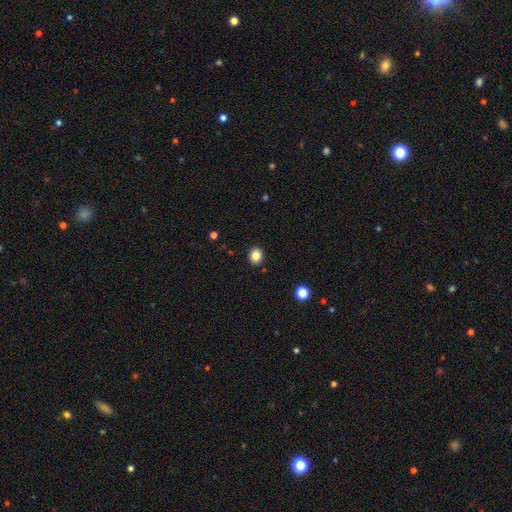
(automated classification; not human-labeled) Smooth or featured? Predicted: smooth (p=0.84). How rounded? Predicted: round (p=0.74). Merging? Predicted: none (p=0.91).